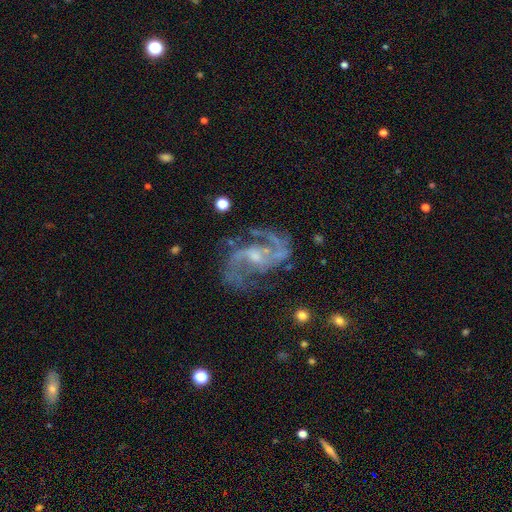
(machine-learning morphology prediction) Smooth or featured? Predicted: featured or disk (p=0.89). Edge-on disk? Predicted: no (p=0.98). Bar? Predicted: weak (p=0.45). Spiral arms? Predicted: yes (p=0.97). Spiral winding? Predicted: medium (p=0.55). Spiral arm count? Predicted: 2 (p=0.81). Bulge size? Predicted: small (p=0.62). Merging? Predicted: none (p=0.68).